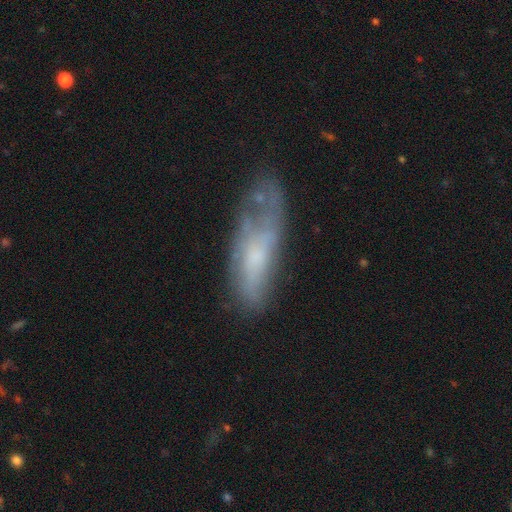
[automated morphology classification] smooth_or_featured: smooth (p=0.47) [alt: featured or disk p=0.44]
merging: none (p=0.45) [alt: minor disturbance p=0.29]